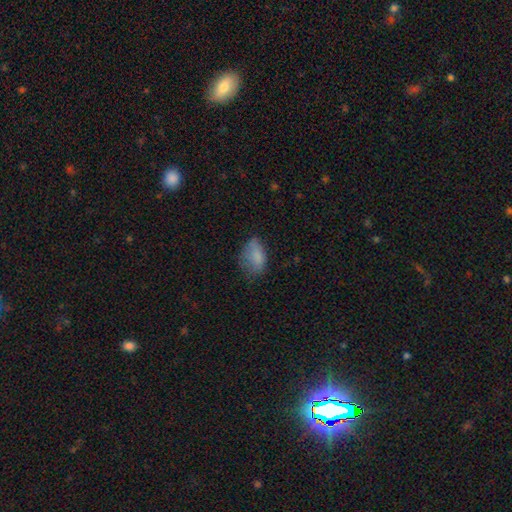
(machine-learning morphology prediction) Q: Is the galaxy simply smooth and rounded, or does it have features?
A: smooth — 78%.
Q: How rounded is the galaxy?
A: in between — 88%.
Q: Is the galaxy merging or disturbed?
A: none — 49%.